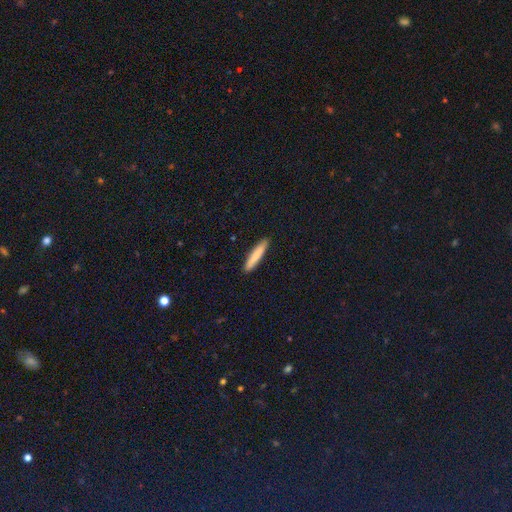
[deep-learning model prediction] Smooth or featured? smooth (82%)
How rounded? cigar-shaped (92%)
Merging? none (91%)